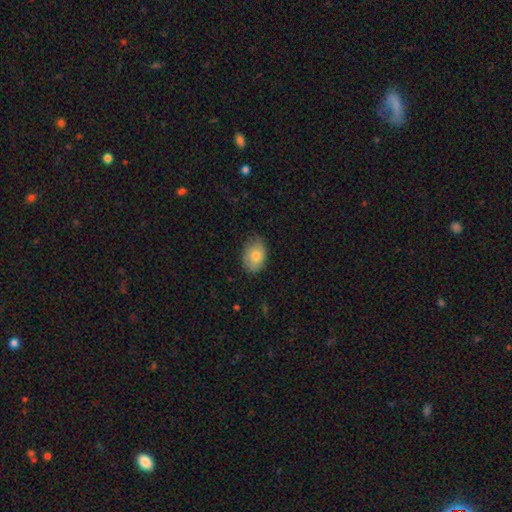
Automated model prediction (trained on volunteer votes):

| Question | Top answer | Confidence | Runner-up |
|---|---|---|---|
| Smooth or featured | smooth | 78% | featured or disk (15%) |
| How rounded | in between | 81% | round (18%) |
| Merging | none | 71% | minor disturbance (24%) |